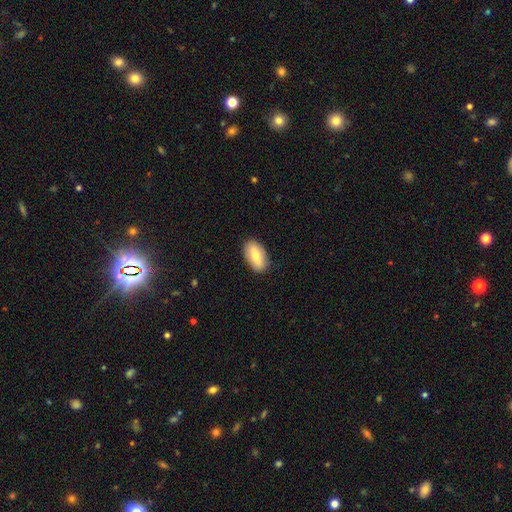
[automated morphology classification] This appears to be a smooth galaxy with no disk features (72%) that is in between round and cigar-shaped (92%). Merging: none (87%).